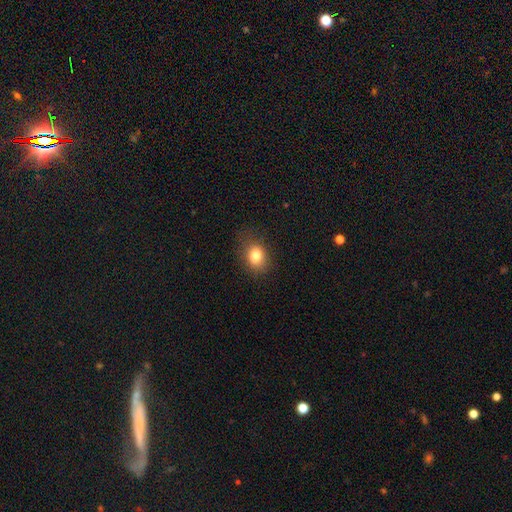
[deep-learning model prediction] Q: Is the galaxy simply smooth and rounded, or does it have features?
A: smooth — 80%.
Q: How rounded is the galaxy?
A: in between — 54%.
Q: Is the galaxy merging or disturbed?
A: none — 77%.